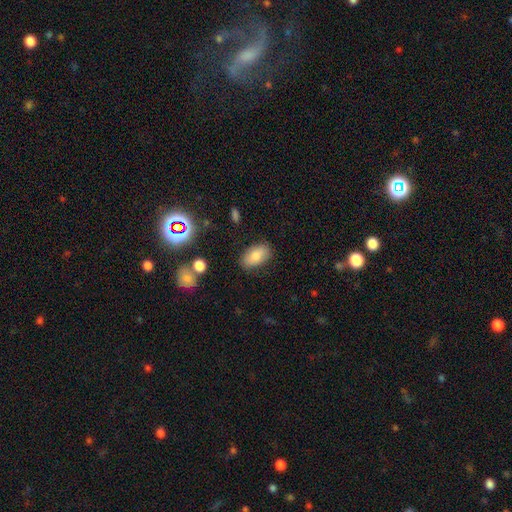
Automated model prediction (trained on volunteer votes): A smooth galaxy with no disk features (80%) that is in between round and cigar-shaped (92%). Merging: none (82%).